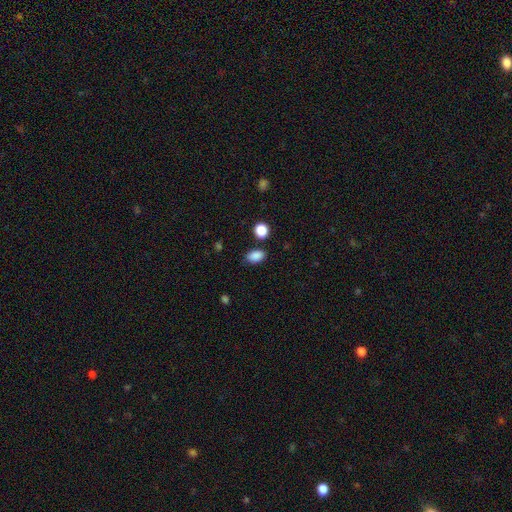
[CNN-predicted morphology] A smooth galaxy with no disk features (87%) that is in between round and cigar-shaped (84%).

Vote fractions:
- Smooth or featured? smooth: 87% / star or artifact: 9% / featured or disk: 3%
- How rounded? in between: 84% / round: 14% / cigar-shaped: 1%
- Merging? none: 80% / minor disturbance: 13% / merger: 4% / major disturbance: 3%